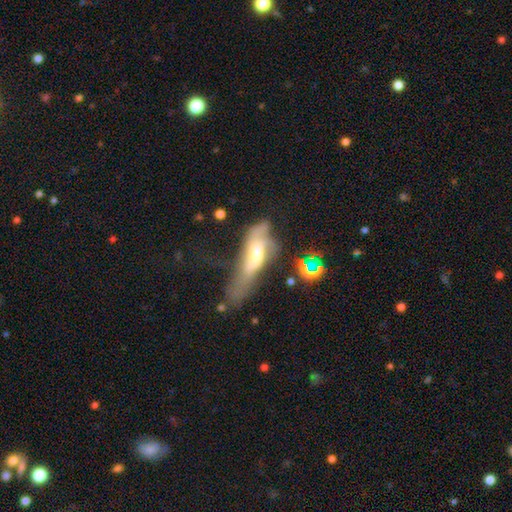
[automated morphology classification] A featured or disk galaxy (53%).

Vote fractions:
- Smooth or featured? featured or disk: 53% / smooth: 36% / star or artifact: 11%
- Edge-on disk? no: 66% / yes: 34%
- Merging? major disturbance: 49% / minor disturbance: 21% / none: 19% / merger: 11%